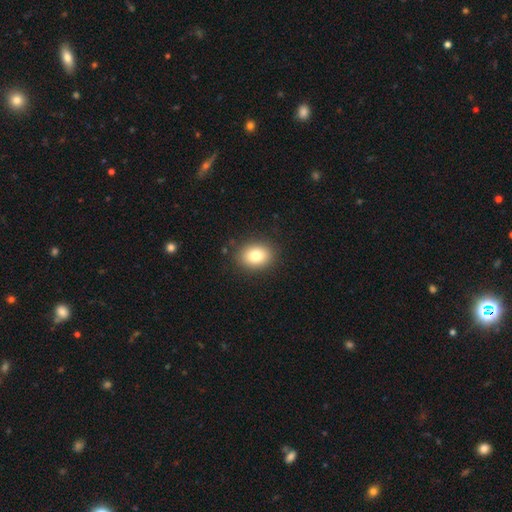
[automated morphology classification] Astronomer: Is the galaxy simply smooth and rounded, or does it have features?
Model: smooth — 81%.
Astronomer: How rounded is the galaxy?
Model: in between — 63%.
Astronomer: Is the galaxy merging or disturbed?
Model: none — 88%.